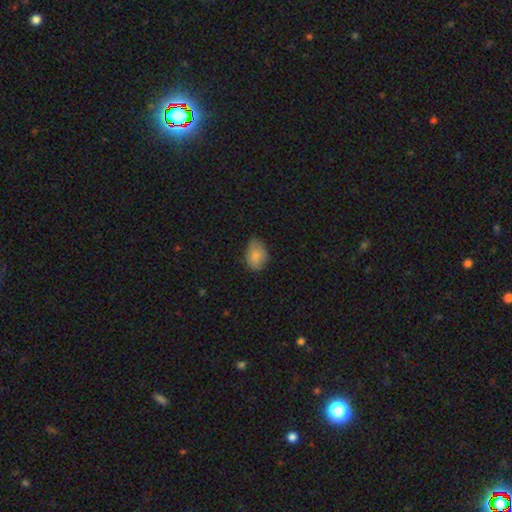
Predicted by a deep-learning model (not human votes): Smooth or featured? smooth (81%)
How rounded? in between (77%)
Merging? none (61%)